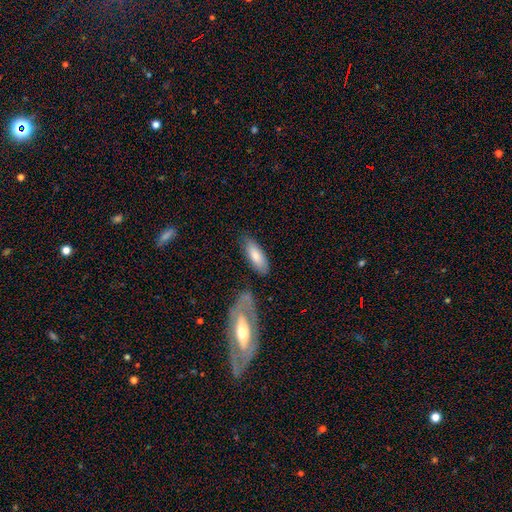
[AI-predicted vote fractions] A smooth galaxy with no disk features (78%) that is in between round and cigar-shaped (70%).

Vote fractions:
- Smooth or featured? smooth: 78% / featured or disk: 16% / star or artifact: 6%
- How rounded? in between: 70% / cigar-shaped: 28% / round: 2%
- Merging? none: 71% / minor disturbance: 16% / merger: 8% / major disturbance: 5%